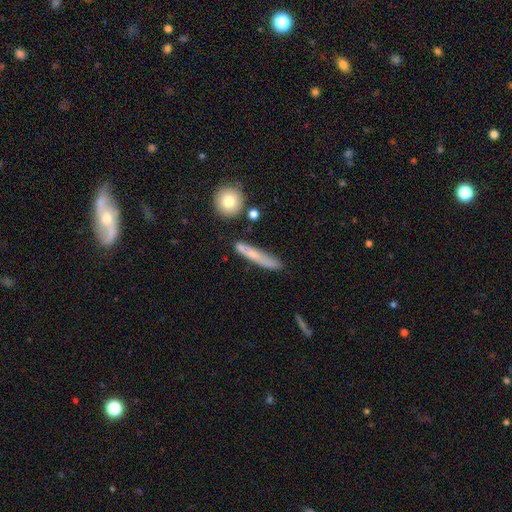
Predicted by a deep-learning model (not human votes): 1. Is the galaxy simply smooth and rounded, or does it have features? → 63% smooth, 29% featured or disk, 7% star or artifact.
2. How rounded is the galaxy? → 91% cigar-shaped, 6% in between, 3% round.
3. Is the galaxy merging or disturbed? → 75% none, 17% minor disturbance, 5% merger, 4% major disturbance.